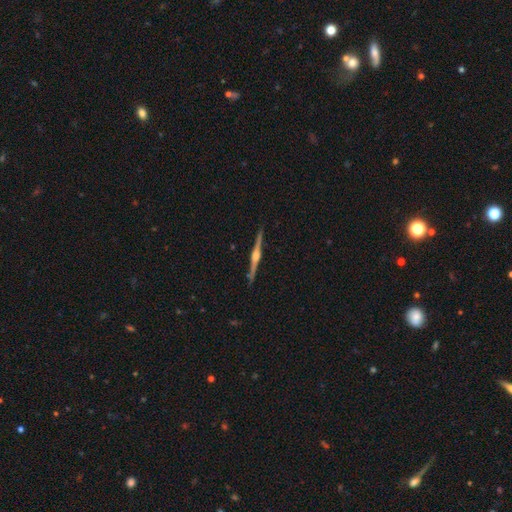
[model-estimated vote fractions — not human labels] Smooth or featured: featured or disk — 87% (smooth — 8%)
Edge-on disk: yes — 99% (no — 1%)
Edge-on bulge: rounded — 89% (boxy — 7%)
Merging: none — 91% (minor disturbance — 7%)